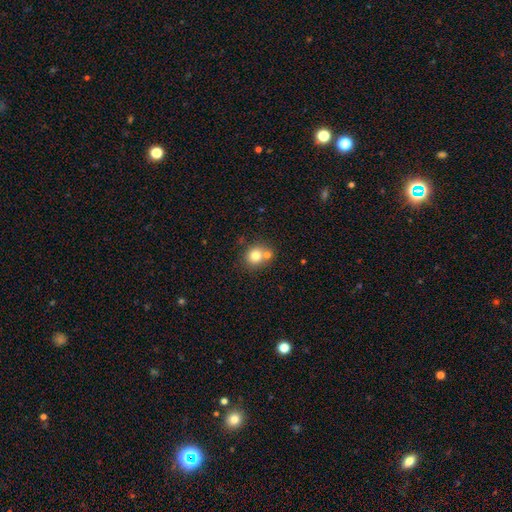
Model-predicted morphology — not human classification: smooth_or_featured: smooth (p=0.77) [alt: featured or disk p=0.12]
how_rounded: round (p=0.79) [alt: in between p=0.20]
merging: none (p=0.49) [alt: merger p=0.40]